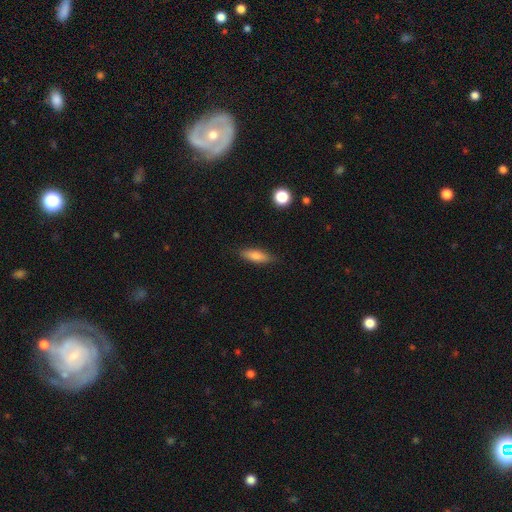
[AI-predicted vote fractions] The model was most divided on "how rounded": in between: 50%, cigar-shaped: 47%, round: 3%. More confident: merging — none (86%); smooth or featured — smooth (76%).